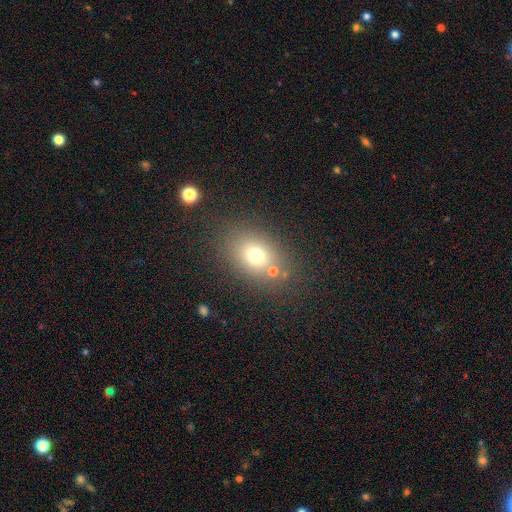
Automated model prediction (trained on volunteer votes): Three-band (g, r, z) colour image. It shows a smooth galaxy with no disk features (70%) that is in between round and cigar-shaped (60%). Merging: none (70%).